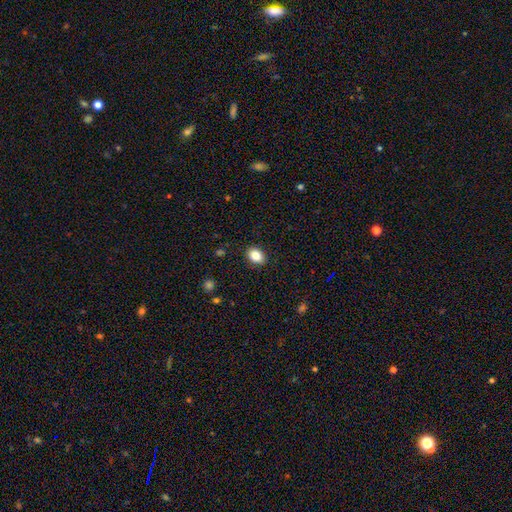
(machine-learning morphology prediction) A smooth galaxy with no disk features (85%) that is in between round and cigar-shaped (76%). Merging: none (89%).